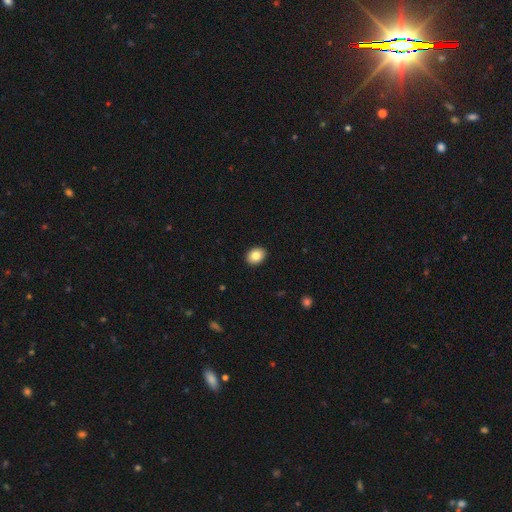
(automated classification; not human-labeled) This appears to be a smooth galaxy with no disk features (84%) that is in between round and cigar-shaped (62%). Merging: none (91%).